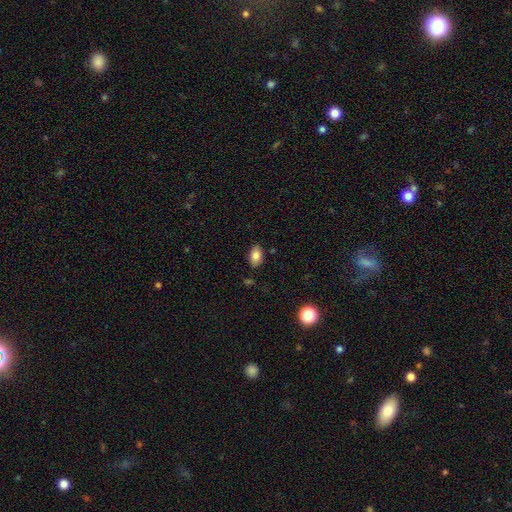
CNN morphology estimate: Smooth or featured?
  - smooth: 85% *
  - star or artifact: 8%
  - featured or disk: 7%
How rounded?
  - in between: 88% *
  - round: 10%
  - cigar-shaped: 1%
Merging?
  - none: 84% *
  - minor disturbance: 11%
  - major disturbance: 2%
  - merger: 2%